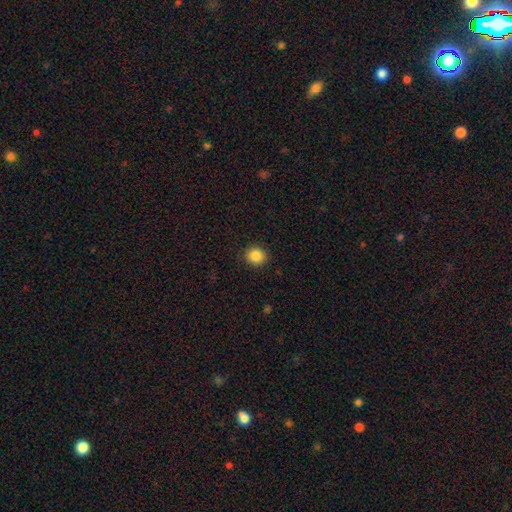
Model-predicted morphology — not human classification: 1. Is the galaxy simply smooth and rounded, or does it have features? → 86% smooth, 10% star or artifact, 4% featured or disk.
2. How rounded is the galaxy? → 85% round, 14% in between, 1% cigar-shaped.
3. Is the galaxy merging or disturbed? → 90% none, 7% minor disturbance, 2% major disturbance, 1% merger.